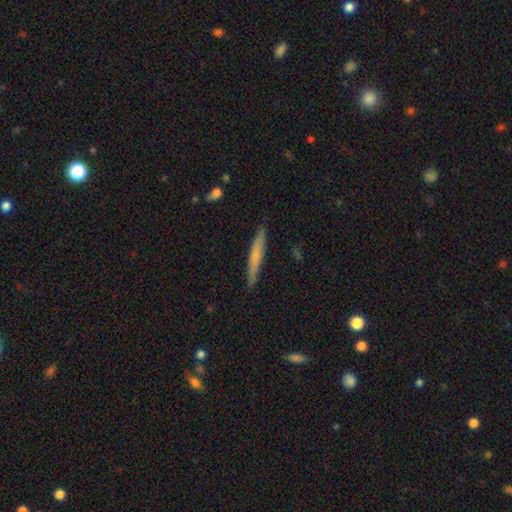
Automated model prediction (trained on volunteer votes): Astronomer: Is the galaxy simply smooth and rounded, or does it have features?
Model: smooth — 59% (runner-up: featured or disk, 35%).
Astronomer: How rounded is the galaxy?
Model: cigar-shaped — 95%.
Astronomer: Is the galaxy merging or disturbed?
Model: none — 87%.